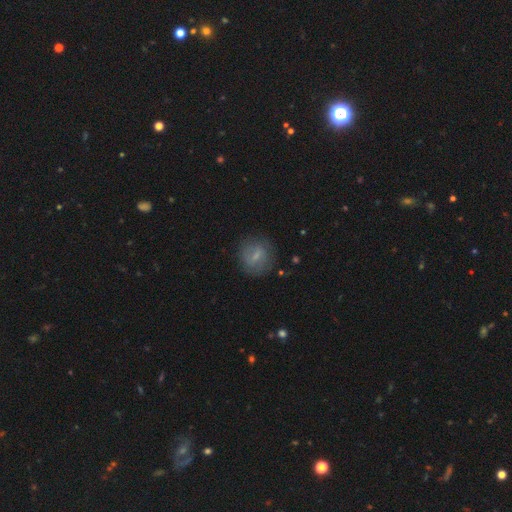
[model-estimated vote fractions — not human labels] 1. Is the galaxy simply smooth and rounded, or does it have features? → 52% smooth, 40% featured or disk, 8% star or artifact.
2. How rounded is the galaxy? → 76% round, 22% in between, 2% cigar-shaped.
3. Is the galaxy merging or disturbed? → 76% none, 16% minor disturbance, 6% major disturbance, 2% merger.